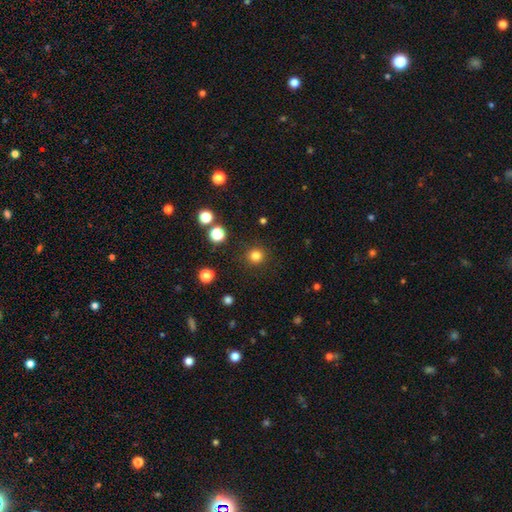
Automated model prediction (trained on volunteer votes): Morphology: type=smooth (81%); roundness=round (94%); merging=none (90%).